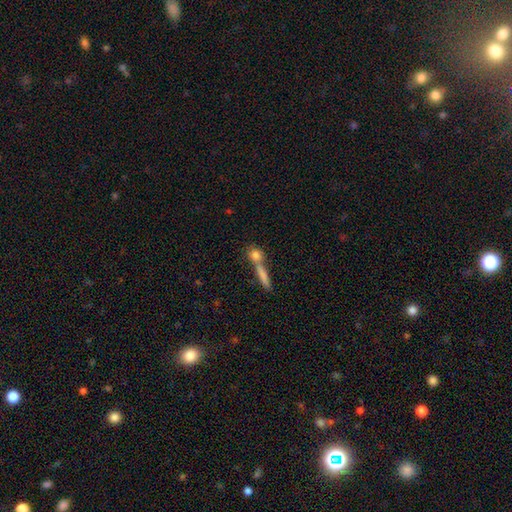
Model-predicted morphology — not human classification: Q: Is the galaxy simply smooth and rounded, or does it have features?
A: smooth — 58%.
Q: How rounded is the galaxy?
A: cigar-shaped — 53%.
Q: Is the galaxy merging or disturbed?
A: none — 55%.